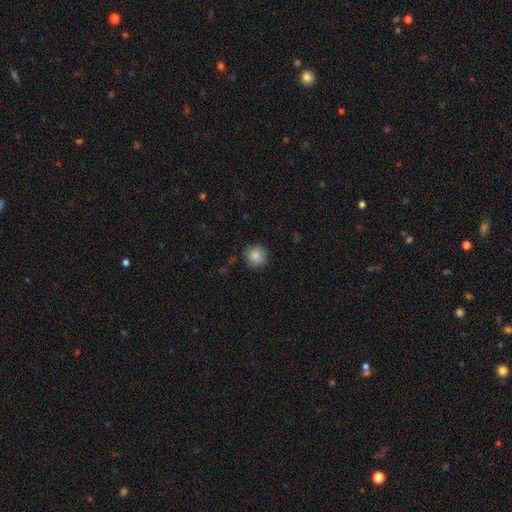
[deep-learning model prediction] This is clearly a smooth galaxy (87%). How rounded: clearly round (94%). Merging: clearly none (88%).